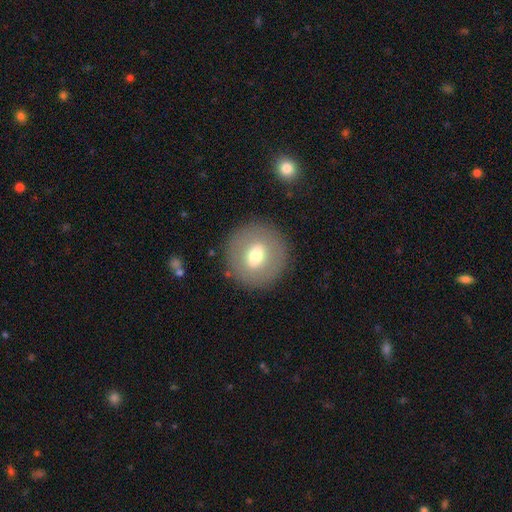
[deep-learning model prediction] A smooth galaxy with no disk features (56%) that is round (86%). Merging: none (87%).